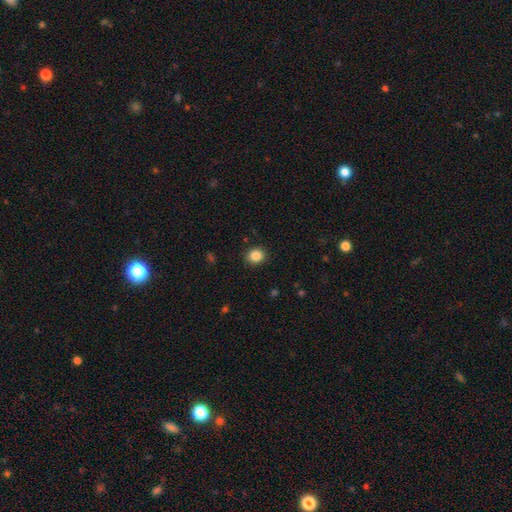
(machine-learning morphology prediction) Q: Smooth or featured?
A: smooth (86%); runner-up: star or artifact (10%)
Q: How rounded?
A: round (79%); runner-up: in between (20%)
Q: Merging?
A: none (89%); runner-up: minor disturbance (7%)